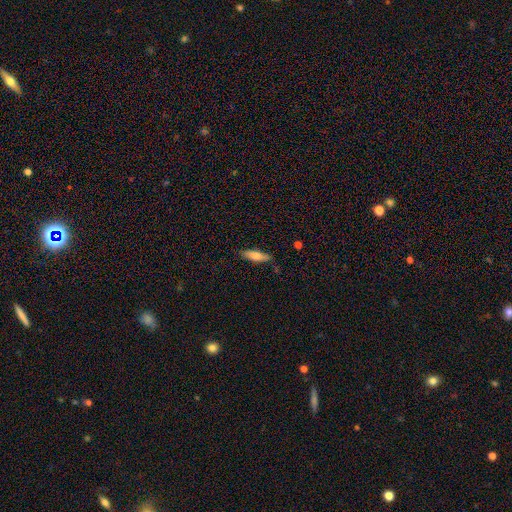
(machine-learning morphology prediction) A smooth galaxy with no disk features (69%) that is cigar-shaped (61%).

Vote fractions:
- Smooth or featured? smooth: 69% / featured or disk: 25% / star or artifact: 6%
- How rounded? cigar-shaped: 61% / in between: 37% / round: 2%
- Merging? none: 81% / minor disturbance: 15% / major disturbance: 3% / merger: 2%